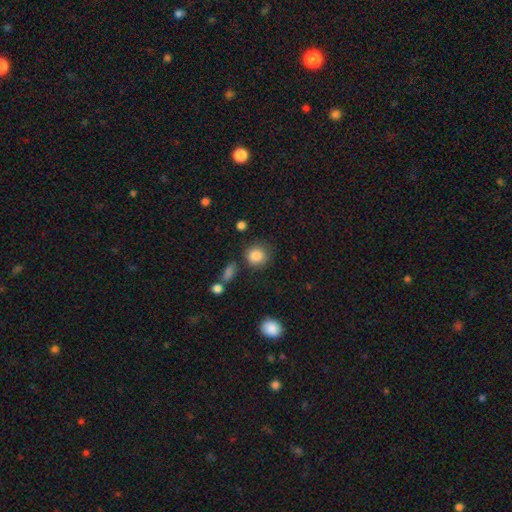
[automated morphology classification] Smooth or featured: smooth — 86% (star or artifact — 9%)
How rounded: round — 84% (in between — 14%)
Merging: none — 76% (minor disturbance — 14%)